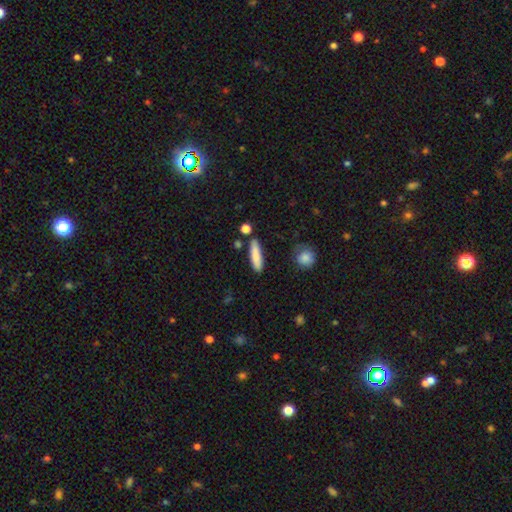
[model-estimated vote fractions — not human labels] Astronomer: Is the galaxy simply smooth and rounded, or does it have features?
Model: smooth — 84%.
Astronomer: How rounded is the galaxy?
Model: cigar-shaped — 74%.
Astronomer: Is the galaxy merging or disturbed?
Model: none — 82%.